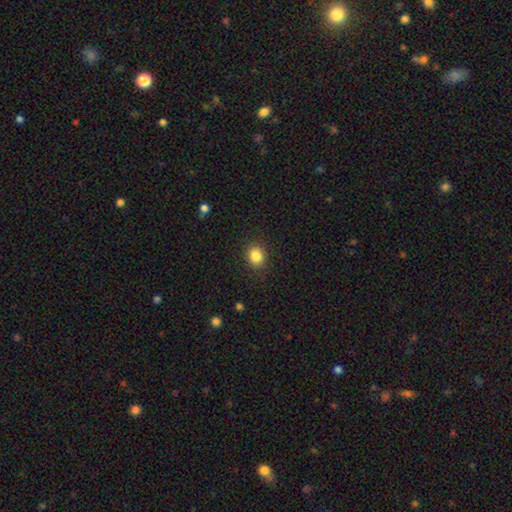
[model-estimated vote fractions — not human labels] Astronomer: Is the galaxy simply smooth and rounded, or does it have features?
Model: smooth — 85%.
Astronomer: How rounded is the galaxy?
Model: round — 63%.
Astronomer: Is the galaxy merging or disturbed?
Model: none — 88%.